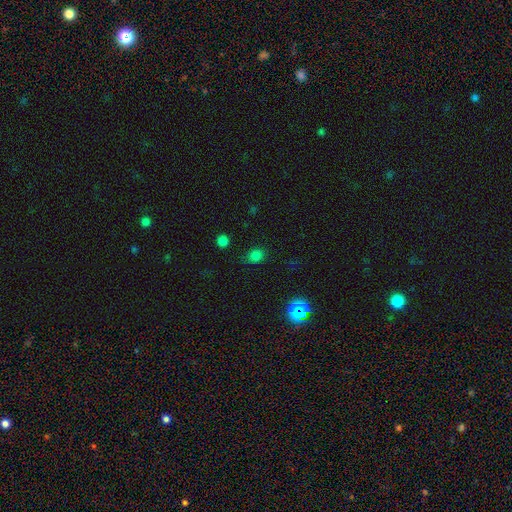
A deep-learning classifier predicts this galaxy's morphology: Smooth or featured: smooth — 76% (star or artifact — 19%)
How rounded: round — 62% (in between — 37%)
Merging: none — 74% (minor disturbance — 19%)